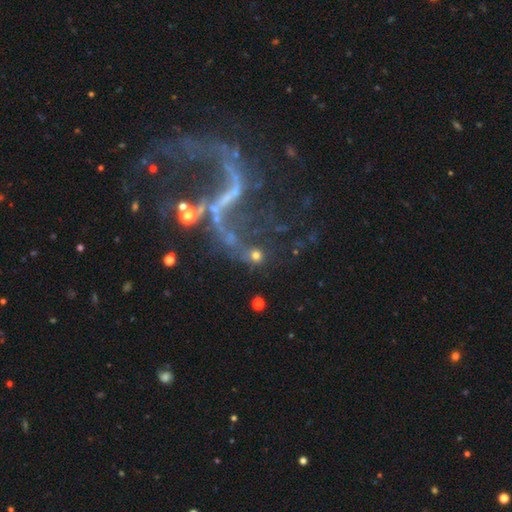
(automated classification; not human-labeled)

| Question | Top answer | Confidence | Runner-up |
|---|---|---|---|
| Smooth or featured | featured or disk | 42% | smooth (33%) |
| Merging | none | 48% | major disturbance (22%) |